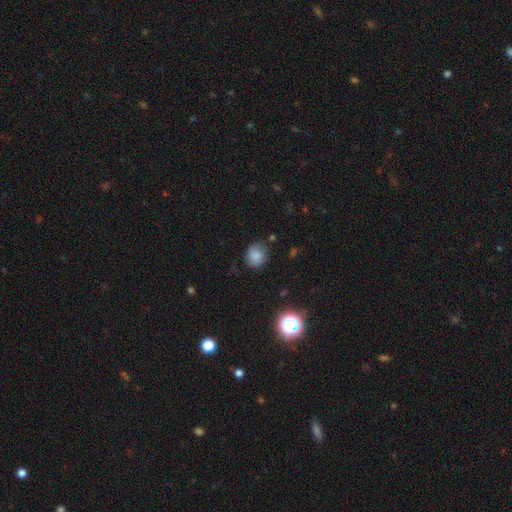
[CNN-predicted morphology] Smooth or featured? Predicted: smooth (p=0.81). How rounded? Predicted: round (p=0.70). Merging? Predicted: none (p=0.71).